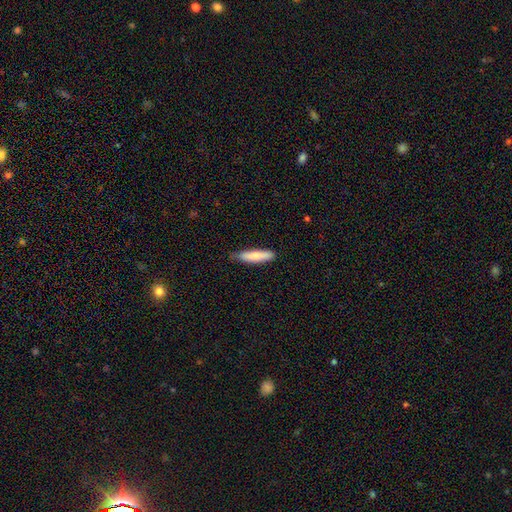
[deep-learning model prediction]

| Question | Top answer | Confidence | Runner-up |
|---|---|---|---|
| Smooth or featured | smooth | 79% | featured or disk (15%) |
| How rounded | cigar-shaped | 80% | in between (19%) |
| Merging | none | 77% | minor disturbance (19%) |